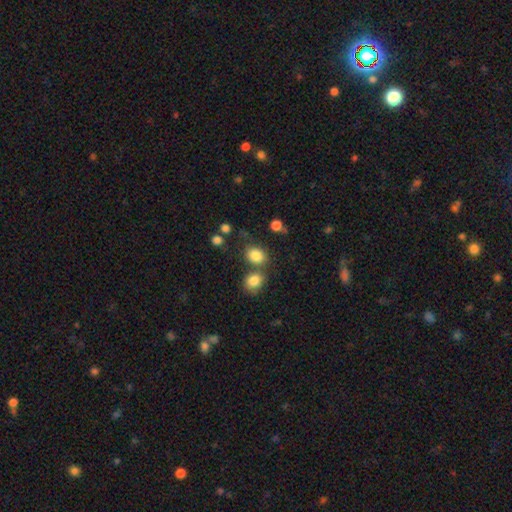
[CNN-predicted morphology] Overall: smooth (84%). How rounded: in between (52%; round 47%). Merging: none (62%; merger 23%).